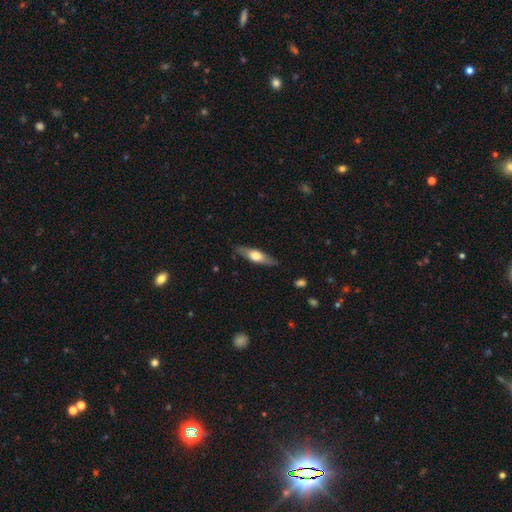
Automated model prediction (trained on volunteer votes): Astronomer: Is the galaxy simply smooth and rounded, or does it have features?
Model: smooth — 51% (runner-up: featured or disk, 43%).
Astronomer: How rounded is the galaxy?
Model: cigar-shaped — 59% (runner-up: in between, 39%).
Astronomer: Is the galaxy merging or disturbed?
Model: none — 85%.